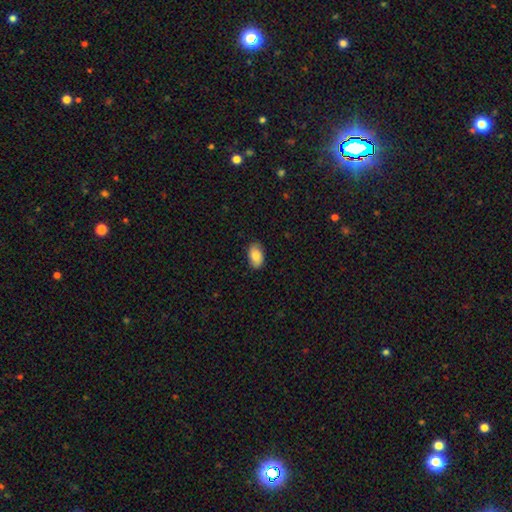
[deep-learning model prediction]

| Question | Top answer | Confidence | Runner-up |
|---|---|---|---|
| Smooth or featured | smooth | 84% | featured or disk (10%) |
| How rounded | in between | 92% | round (7%) |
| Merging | none | 87% | minor disturbance (10%) |